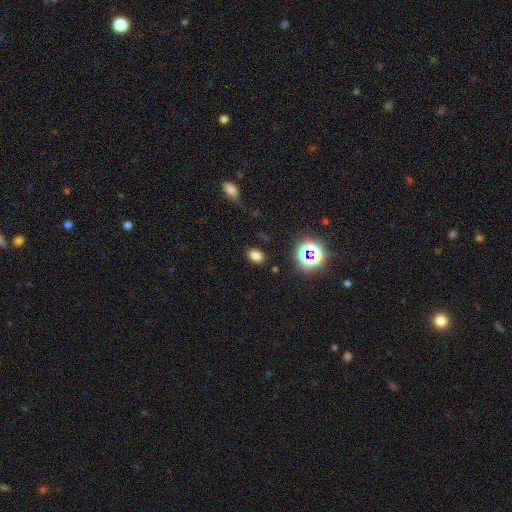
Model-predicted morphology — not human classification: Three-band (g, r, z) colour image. It shows a smooth galaxy with no disk features (73%) that is in between round and cigar-shaped (80%). Merging: none (85%).